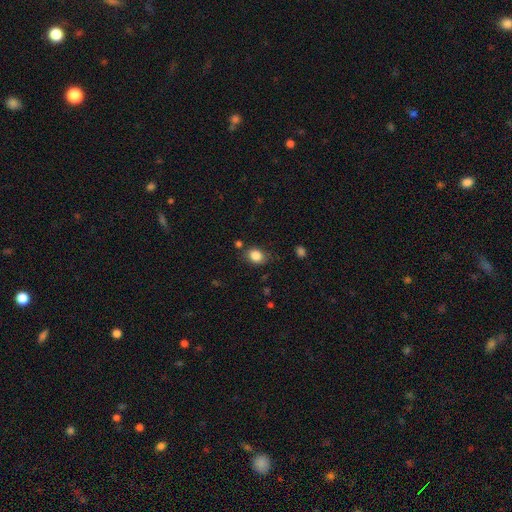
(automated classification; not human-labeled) A smooth galaxy with no disk features (85%) that is in between round and cigar-shaped (58%). Merging: none (74%).